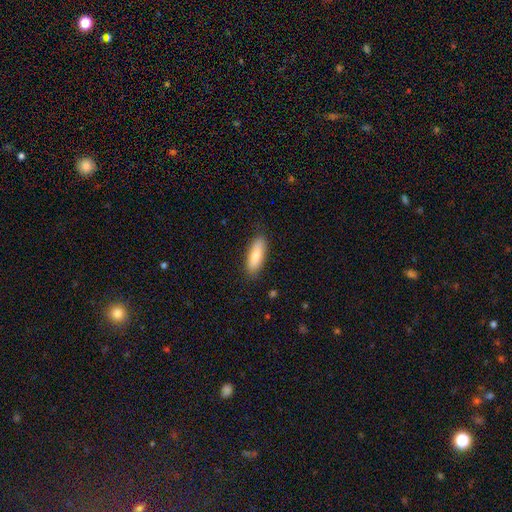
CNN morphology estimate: Smooth or featured: smooth — 83% (featured or disk — 11%)
How rounded: in between — 63% (cigar-shaped — 35%)
Merging: none — 84% (minor disturbance — 12%)